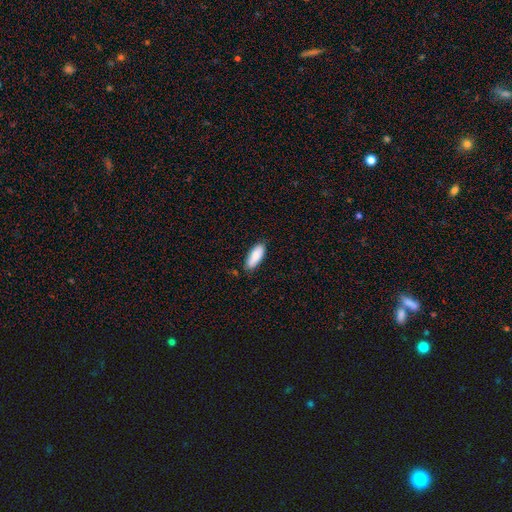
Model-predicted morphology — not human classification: Smooth or featured?
  - smooth: 87% *
  - featured or disk: 7%
  - star or artifact: 6%
How rounded?
  - in between: 77% *
  - cigar-shaped: 21%
  - round: 2%
Merging?
  - none: 82% *
  - minor disturbance: 14%
  - major disturbance: 2%
  - merger: 1%